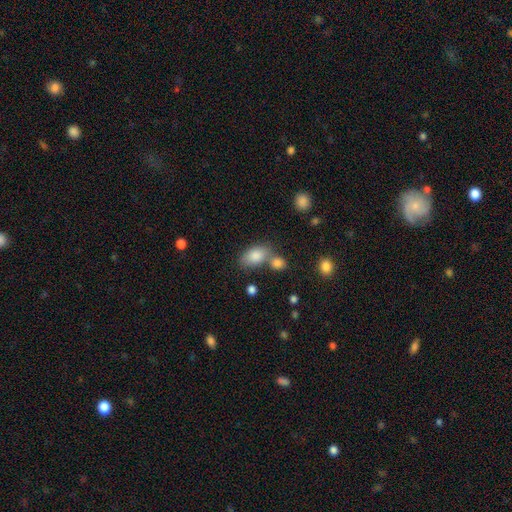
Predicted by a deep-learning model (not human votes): Overall: smooth (83%). How rounded: in between (87%). Merging: none (52%; merger 30%).